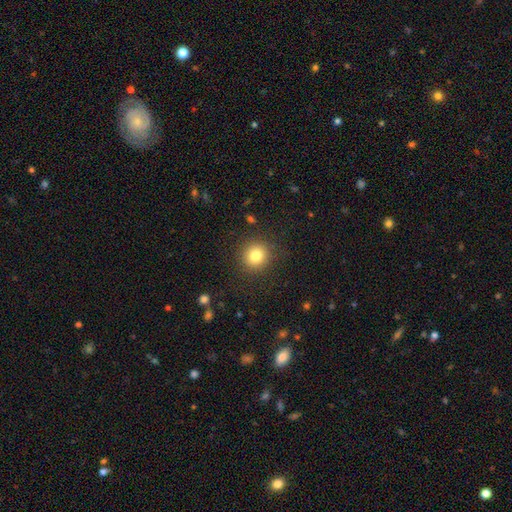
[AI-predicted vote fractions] Smooth or featured? smooth (81%)
How rounded? round (89%)
Merging? none (87%)